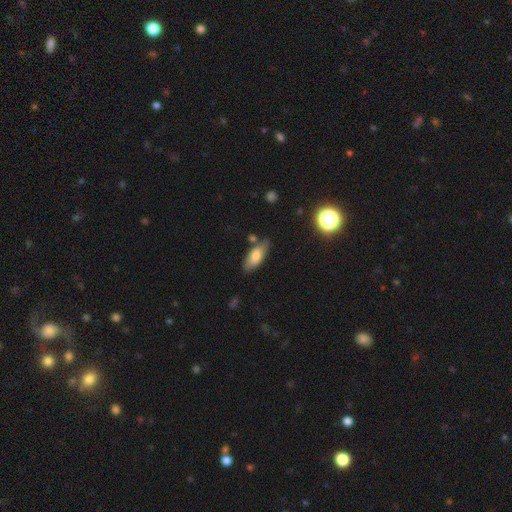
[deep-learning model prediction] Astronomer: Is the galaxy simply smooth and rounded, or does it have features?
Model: smooth — 71%.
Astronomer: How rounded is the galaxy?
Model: in between — 79%.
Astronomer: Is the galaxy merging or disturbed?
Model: none — 69%.